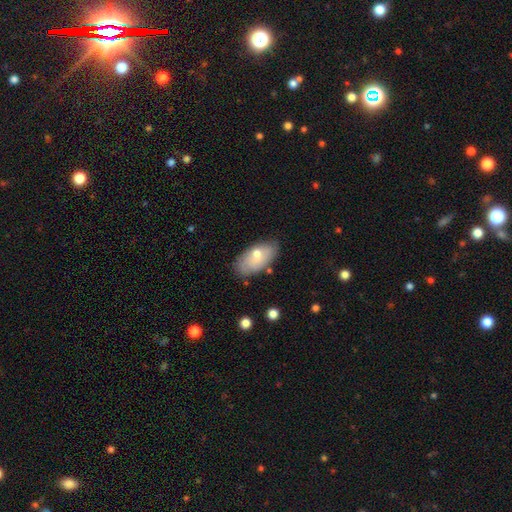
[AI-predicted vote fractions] A smooth galaxy with no disk features (67%) that is in between round and cigar-shaped (94%). Merging: none (74%).